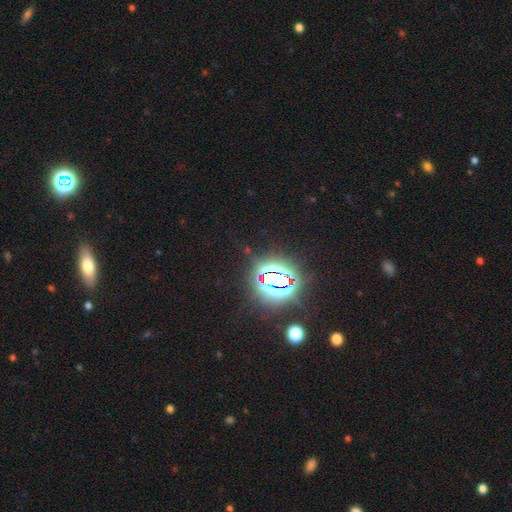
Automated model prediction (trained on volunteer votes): The model was most divided on "smooth or featured": star or artifact: 82%, smooth: 10%, featured or disk: 8%.